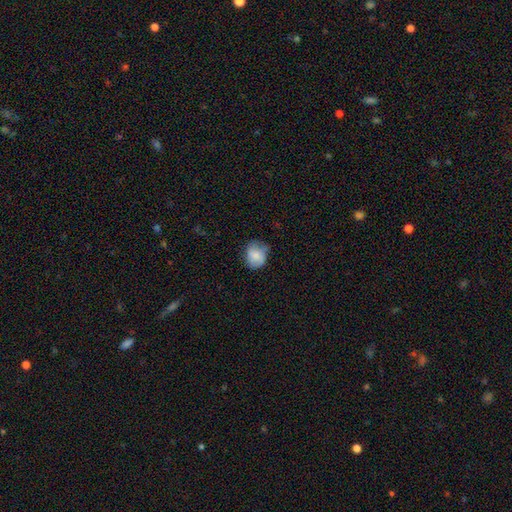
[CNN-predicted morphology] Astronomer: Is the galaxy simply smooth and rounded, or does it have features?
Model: smooth — 74%.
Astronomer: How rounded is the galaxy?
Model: round — 56% (runner-up: in between, 44%).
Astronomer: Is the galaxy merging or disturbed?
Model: none — 56% (runner-up: minor disturbance, 33%).